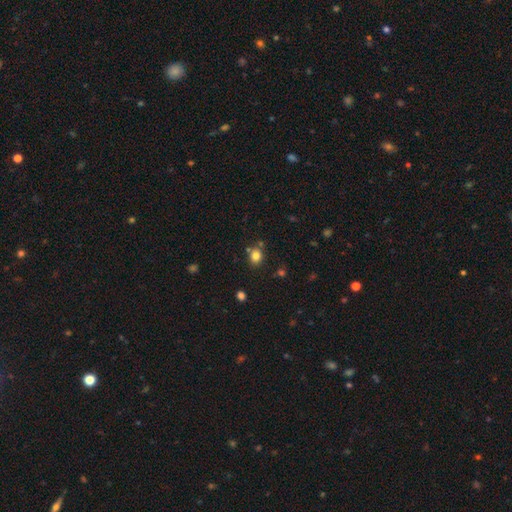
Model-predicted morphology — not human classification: This appears to be a smooth galaxy with no disk features (80%) that is round (63%). Merging: none (75%).